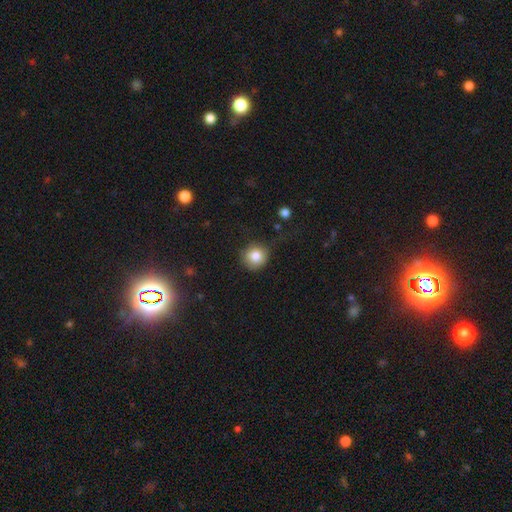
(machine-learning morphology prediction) This is clearly a smooth galaxy (80%). How rounded: clearly round (91%). Merging: likely none (74%).